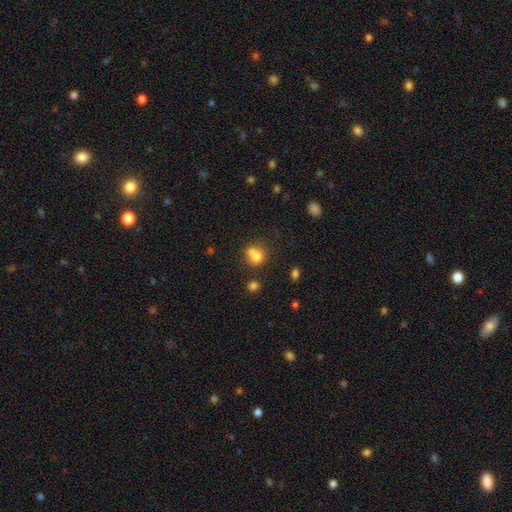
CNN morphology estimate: This appears to be a smooth galaxy with no disk features (72%) that is round (73%). Merging: merger (51%).